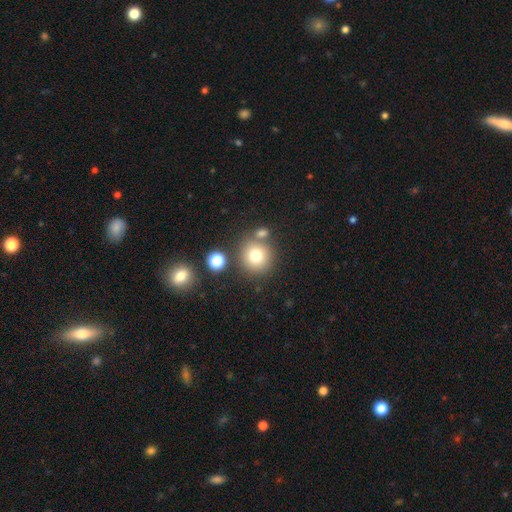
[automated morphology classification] A smooth galaxy with no disk features (76%) that is round (92%). Merging: none (74%).